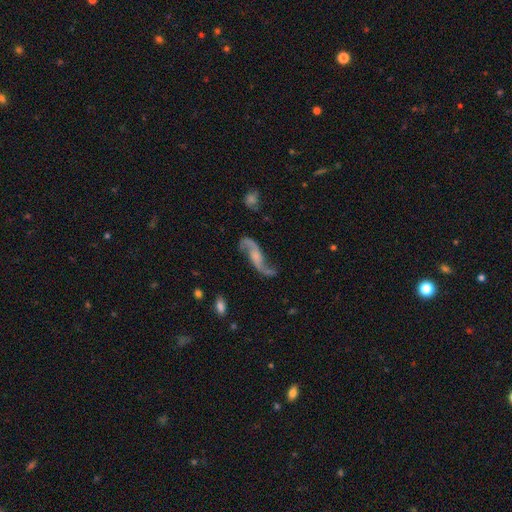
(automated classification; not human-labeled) Morphology: type=featured or disk (88%); edge-on=no (93%); bar=no (55%); spiral arms=yes (96%); winding=loose (86%); arm count=2 (94%); bulge=none (37%); merging=none (72%).